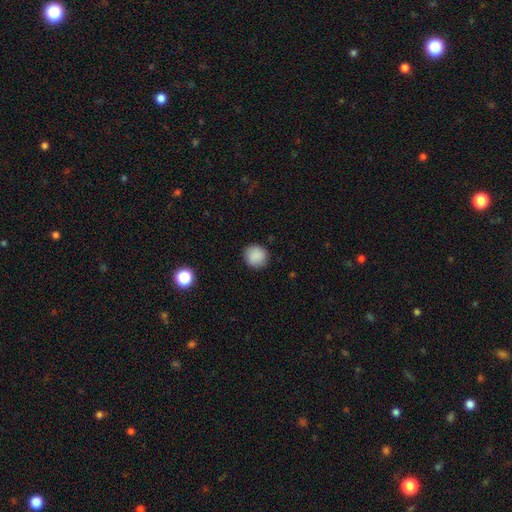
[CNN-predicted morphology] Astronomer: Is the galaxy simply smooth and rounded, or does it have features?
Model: smooth — 88%.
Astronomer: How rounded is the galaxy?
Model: round — 90%.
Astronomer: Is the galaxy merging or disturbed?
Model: none — 88%.